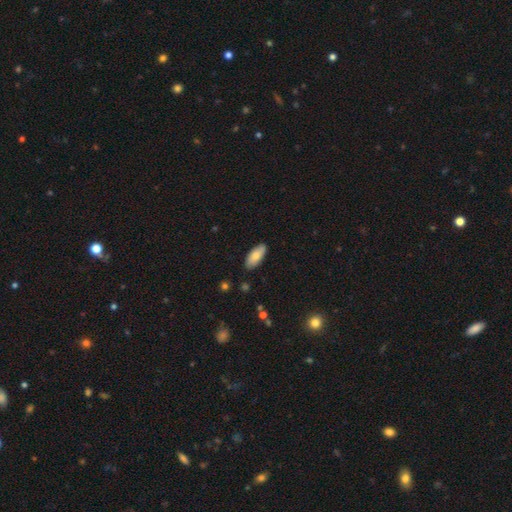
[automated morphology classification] Smooth or featured: smooth — 80% (featured or disk — 14%)
How rounded: in between — 87% (cigar-shaped — 11%)
Merging: none — 86% (minor disturbance — 11%)